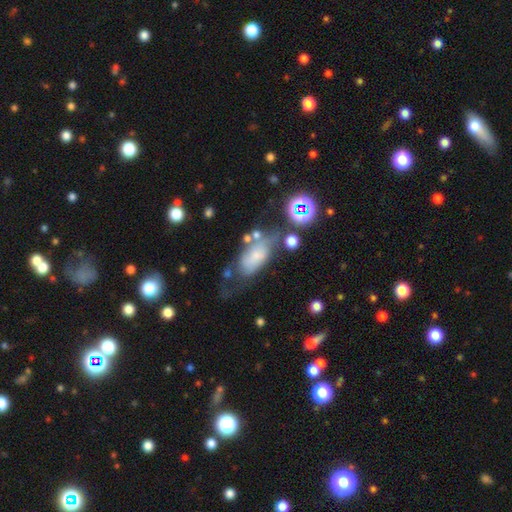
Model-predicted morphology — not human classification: A smooth galaxy with no disk features (51%) that is in between round and cigar-shaped (87%). Merging: none (35%).